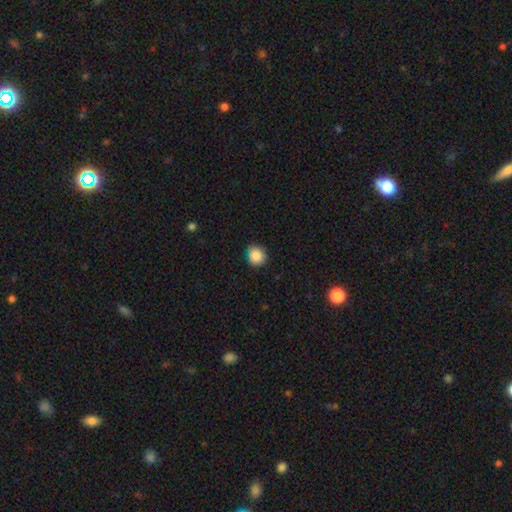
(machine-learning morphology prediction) A smooth galaxy with no disk features (87%) that is round (88%). Merging: none (81%).